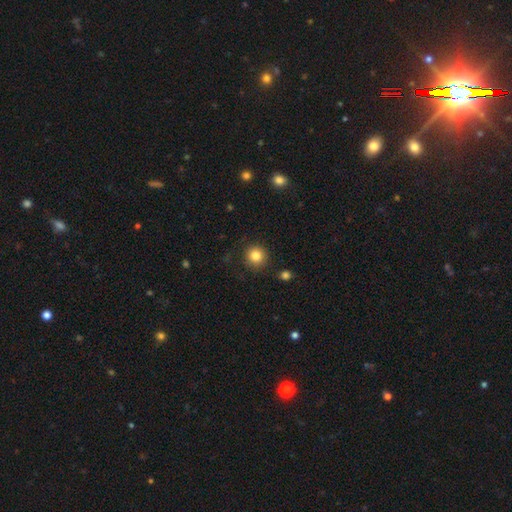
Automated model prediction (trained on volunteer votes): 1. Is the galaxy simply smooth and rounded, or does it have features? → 83% smooth, 11% star or artifact, 6% featured or disk.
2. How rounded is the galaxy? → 93% round, 6% in between, 1% cigar-shaped.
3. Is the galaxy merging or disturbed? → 89% none, 7% minor disturbance, 2% major disturbance, 2% merger.